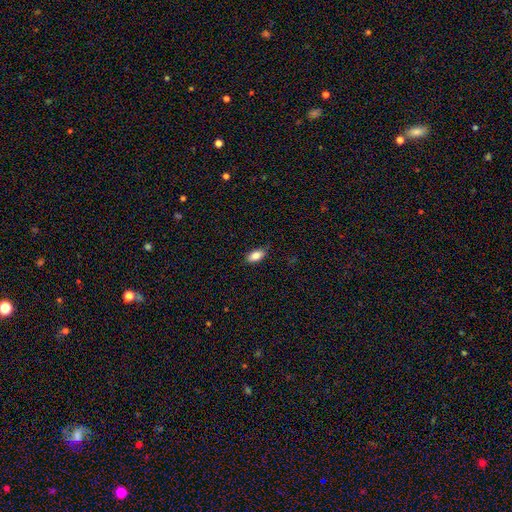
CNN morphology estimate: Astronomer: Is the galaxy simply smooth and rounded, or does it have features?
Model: smooth — 85%.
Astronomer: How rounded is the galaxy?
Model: in between — 91%.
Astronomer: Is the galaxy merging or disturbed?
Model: none — 81%.